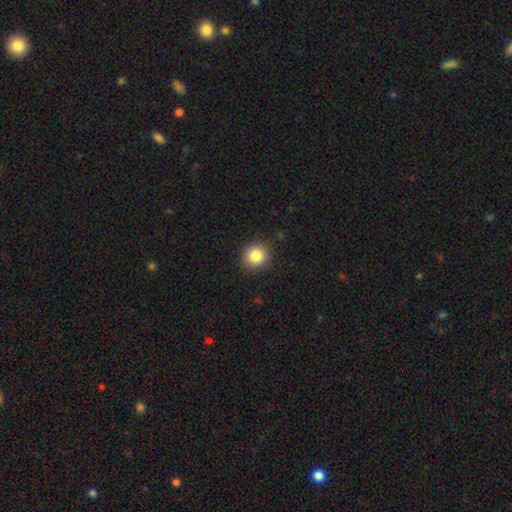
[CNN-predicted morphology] type=smooth (84%); roundness=round (83%); merging=none (88%).